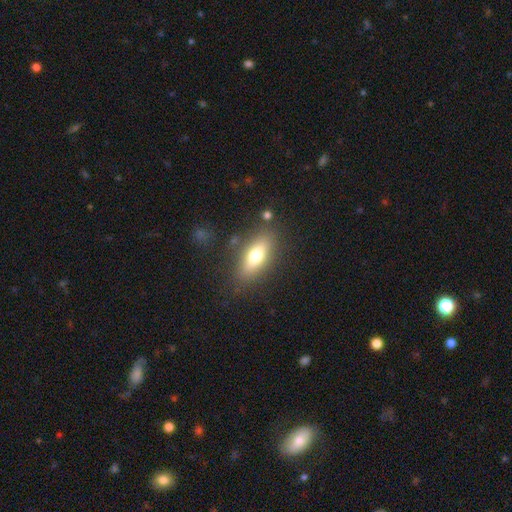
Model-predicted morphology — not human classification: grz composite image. It shows a smooth galaxy with no disk features (68%) that is in between round and cigar-shaped (72%). Merging: none (81%).